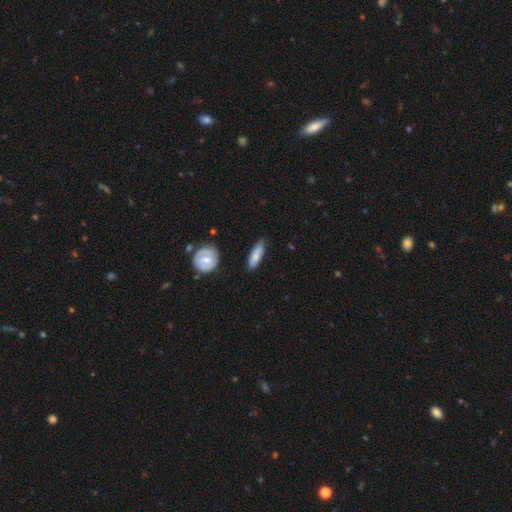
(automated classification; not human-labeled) This is likely a smooth galaxy (76%). How rounded: possibly cigar-shaped (51%). Merging: likely none (79%).